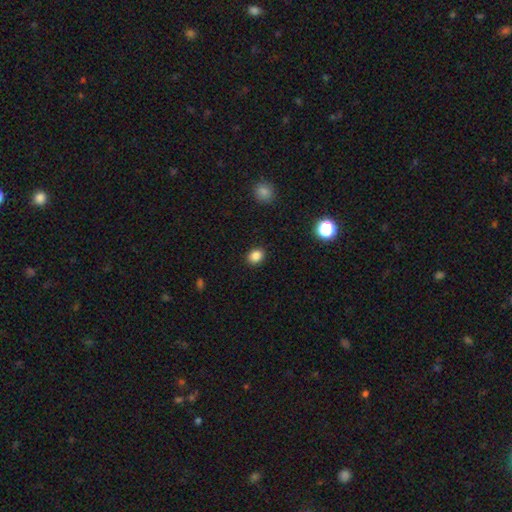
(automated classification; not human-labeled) A smooth galaxy with no disk features (85%) that is round (59%). Merging: none (90%).